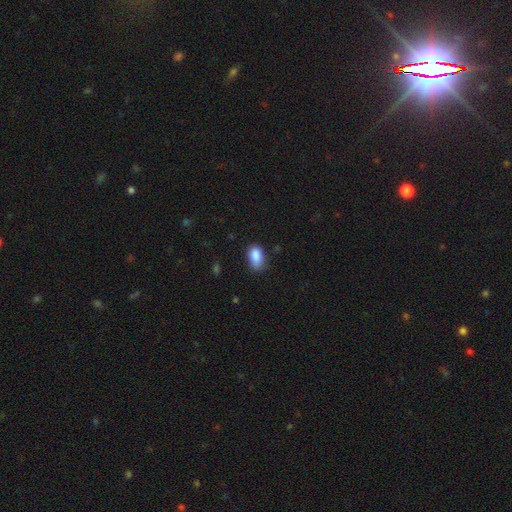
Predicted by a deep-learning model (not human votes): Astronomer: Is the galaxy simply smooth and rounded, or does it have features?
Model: smooth — 87%.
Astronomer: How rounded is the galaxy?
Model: in between — 90%.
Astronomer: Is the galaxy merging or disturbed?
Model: none — 65%.